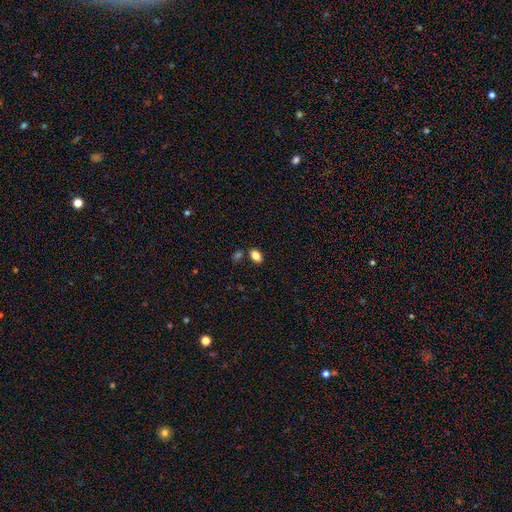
This is clearly a smooth galaxy (89%). How rounded: clearly in between (94%). Merging: clearly none (89%).